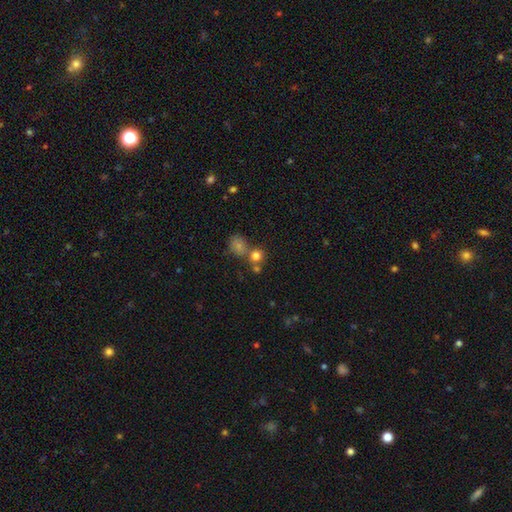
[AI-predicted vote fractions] Smooth or featured: smooth — 77% (star or artifact — 14%)
How rounded: round — 85% (in between — 14%)
Merging: none — 55% (merger — 33%)